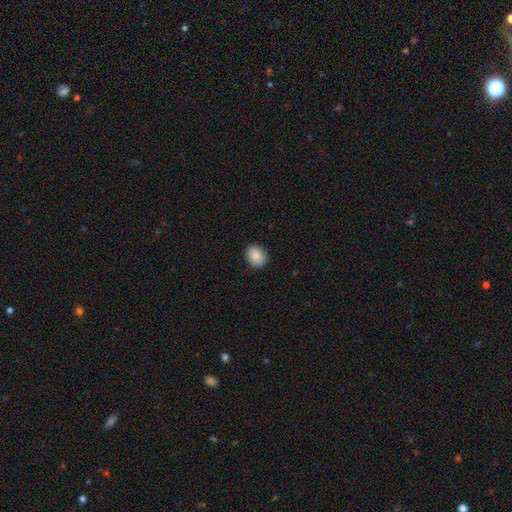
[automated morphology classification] Smooth or featured?
  - smooth: 89% *
  - star or artifact: 8%
  - featured or disk: 4%
How rounded?
  - round: 52% *
  - in between: 47%
  - cigar-shaped: 1%
Merging?
  - none: 90% *
  - minor disturbance: 8%
  - major disturbance: 2%
  - merger: 1%